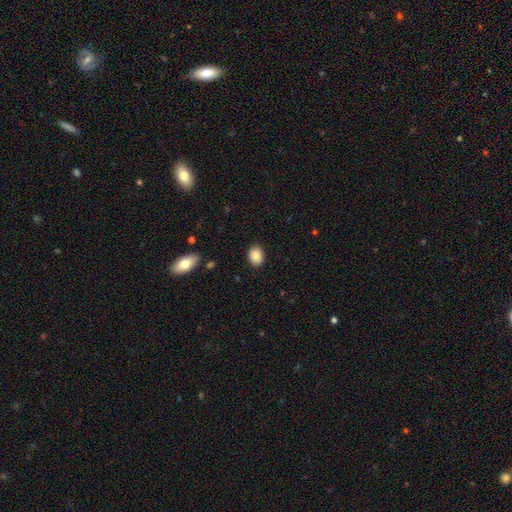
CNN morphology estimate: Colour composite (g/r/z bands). It shows a smooth galaxy with no disk features (86%) that is in between round and cigar-shaped (66%). Merging: none (87%).